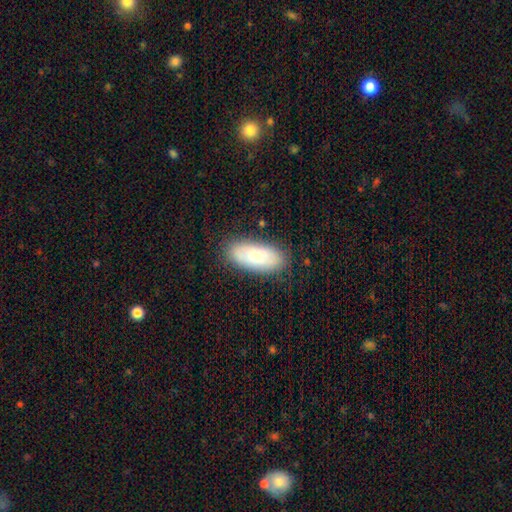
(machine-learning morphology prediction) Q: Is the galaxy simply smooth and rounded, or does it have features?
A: smooth — 74%.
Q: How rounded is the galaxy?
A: in between — 83%.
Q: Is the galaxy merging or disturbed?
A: none — 82%.